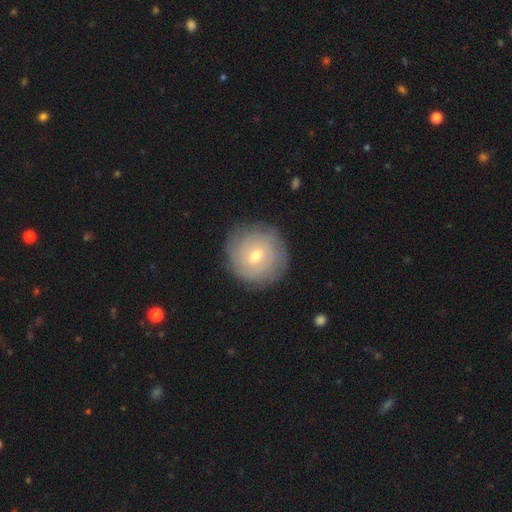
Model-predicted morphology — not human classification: A featured or disk galaxy (55%) with no bar (52%), spiral arms (76%) and a small central bulge (49%). Merging: none (85%).